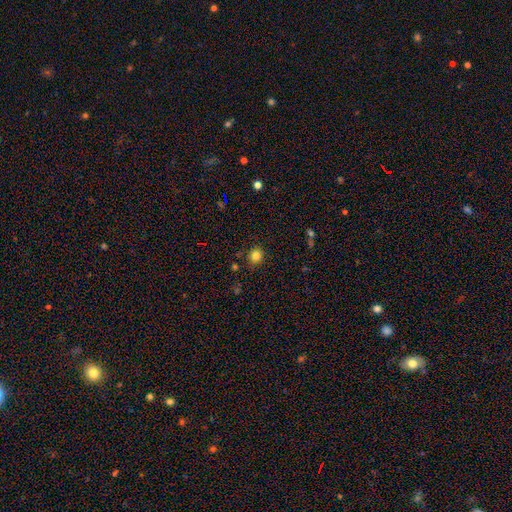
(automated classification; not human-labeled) Q: Smooth or featured?
A: smooth (82%); runner-up: star or artifact (13%)
Q: How rounded?
A: round (79%); runner-up: in between (20%)
Q: Merging?
A: none (86%); runner-up: minor disturbance (10%)